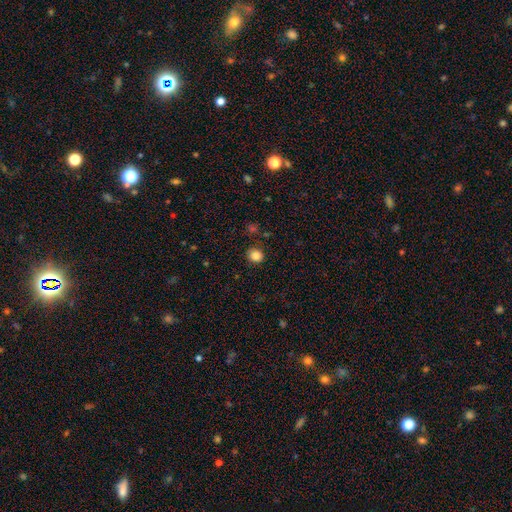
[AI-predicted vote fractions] This is clearly a smooth galaxy (85%). How rounded: clearly round (84%). Merging: clearly none (87%).